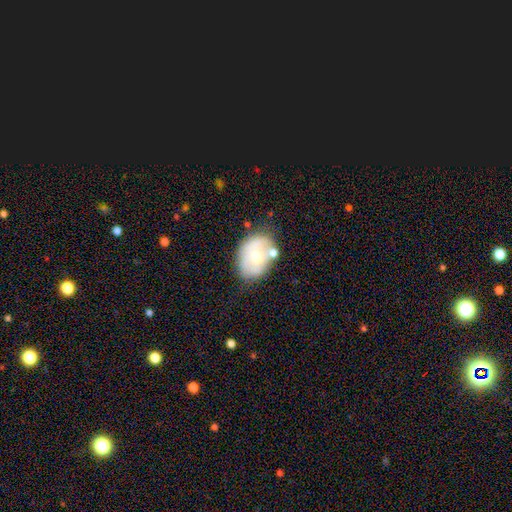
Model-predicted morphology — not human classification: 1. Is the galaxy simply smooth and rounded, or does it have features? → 49% smooth, 44% featured or disk, 8% star or artifact.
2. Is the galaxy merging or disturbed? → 56% none, 24% minor disturbance, 11% merger, 9% major disturbance.